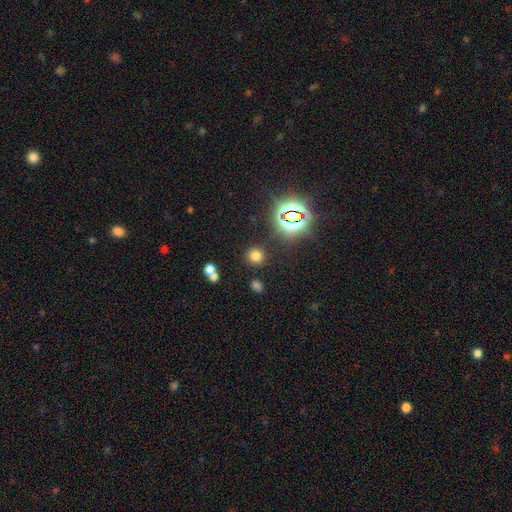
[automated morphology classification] Q: Smooth or featured?
A: smooth (68%); runner-up: star or artifact (25%)
Q: How rounded?
A: round (90%); runner-up: in between (9%)
Q: Merging?
A: none (84%); runner-up: minor disturbance (7%)